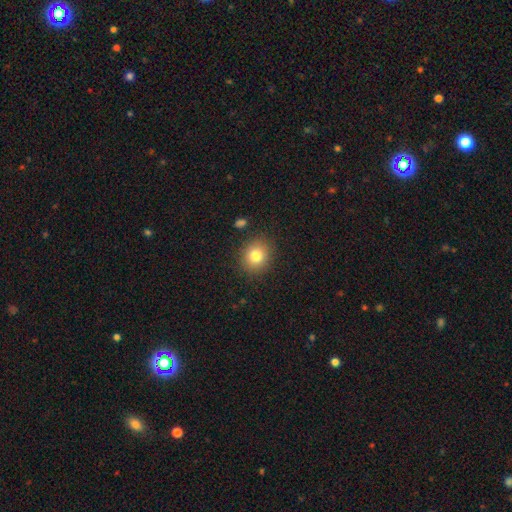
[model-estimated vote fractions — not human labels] Smooth or featured? smooth (81%)
How rounded? round (76%)
Merging? none (87%)